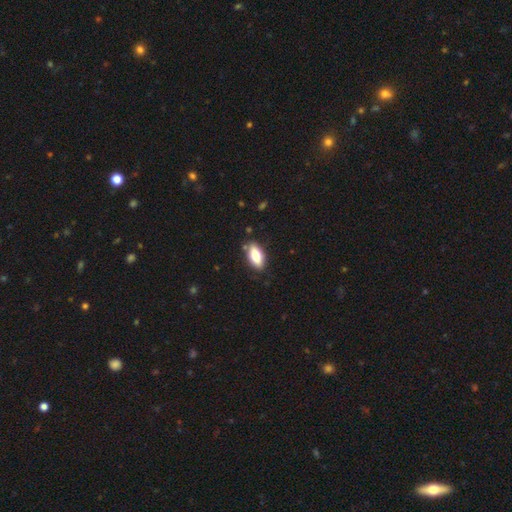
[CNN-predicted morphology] Smooth or featured? smooth (76%)
How rounded? in between (85%)
Merging? none (84%)